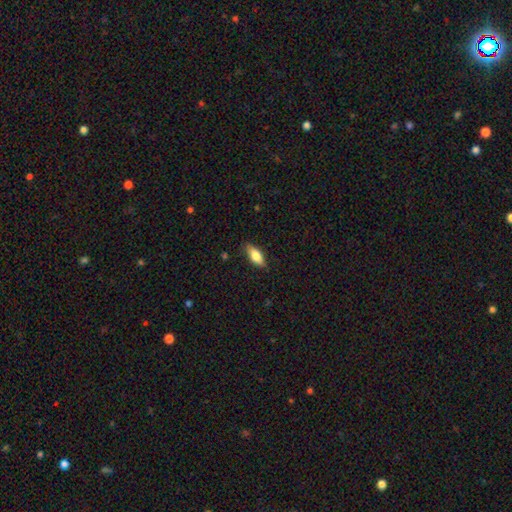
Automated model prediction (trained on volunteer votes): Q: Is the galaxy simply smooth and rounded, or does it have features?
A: smooth — 78%.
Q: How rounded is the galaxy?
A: in between — 80%.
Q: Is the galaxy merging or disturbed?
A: none — 83%.